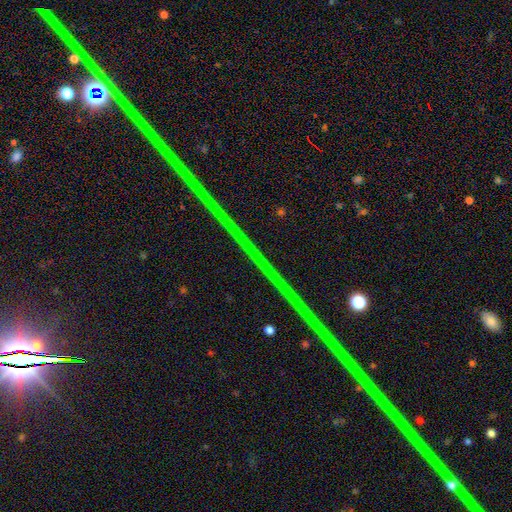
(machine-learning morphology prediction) This is clearly a star or artifact rather than a galaxy (88%).